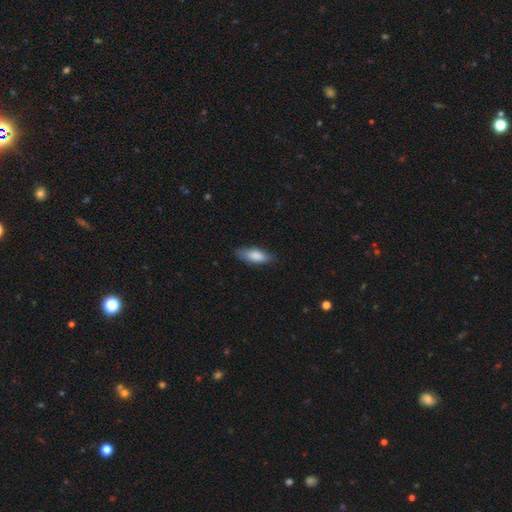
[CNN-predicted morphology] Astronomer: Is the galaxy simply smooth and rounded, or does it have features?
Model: smooth — 83%.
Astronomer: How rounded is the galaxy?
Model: in between — 73%.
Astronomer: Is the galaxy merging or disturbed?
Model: none — 77%.